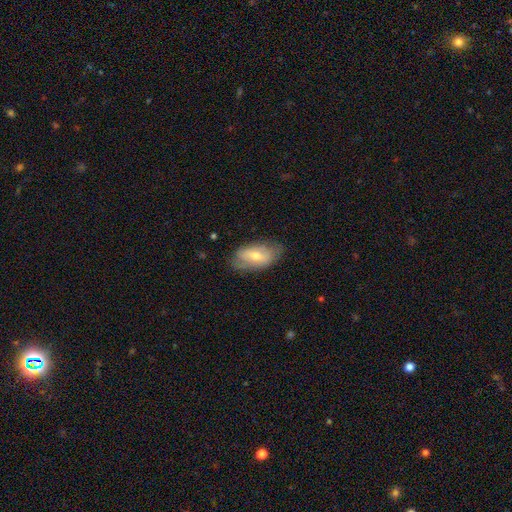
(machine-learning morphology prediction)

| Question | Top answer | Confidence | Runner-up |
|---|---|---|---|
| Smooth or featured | smooth | 48% | featured or disk (44%) |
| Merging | none | 74% | minor disturbance (20%) |